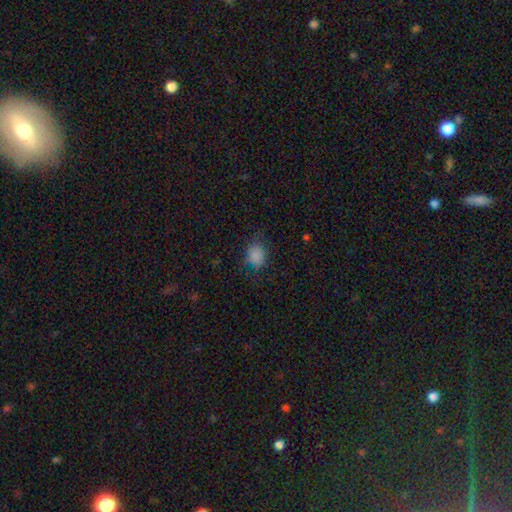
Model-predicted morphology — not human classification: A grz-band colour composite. It shows a smooth galaxy with no disk features (83%) that is round (53%). Merging: none (66%).